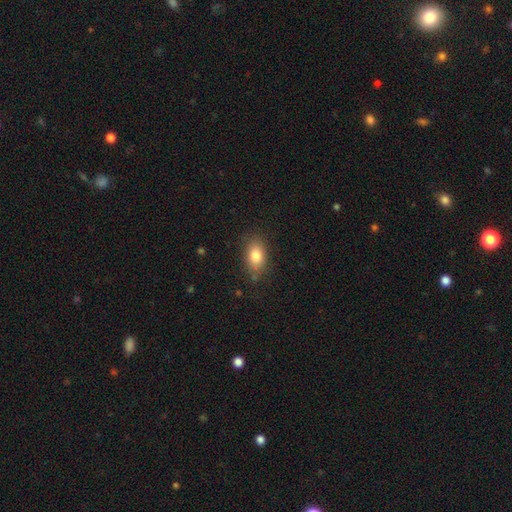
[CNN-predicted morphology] This appears to be a smooth galaxy with no disk features (83%) that is in between round and cigar-shaped (86%). Merging: none (79%).